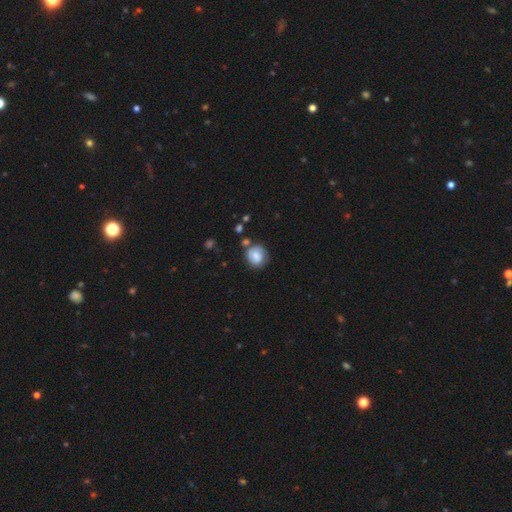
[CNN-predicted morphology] This appears to be a smooth galaxy with no disk features (69%) that is round (80%). Merging: none (63%).